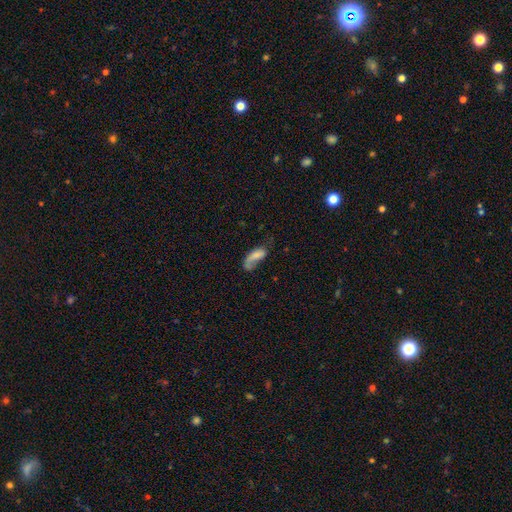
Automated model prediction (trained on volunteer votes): Smooth or featured?
  - smooth: 60% *
  - featured or disk: 31%
  - star or artifact: 9%
How rounded?
  - in between: 79% *
  - cigar-shaped: 18%
  - round: 3%
Merging?
  - major disturbance: 34% * (tied)
  - none: 34% * (tied)
  - minor disturbance: 24%
  - merger: 7%